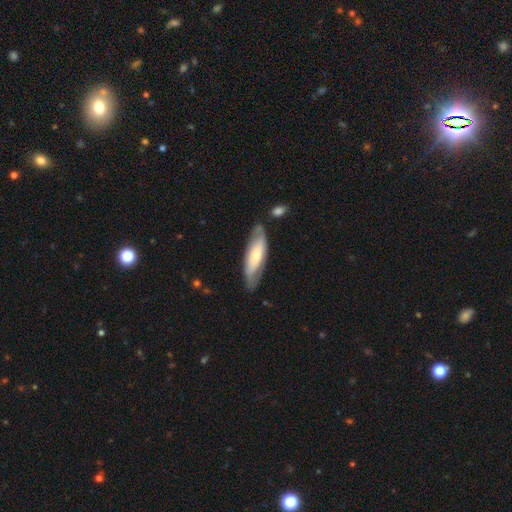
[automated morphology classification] smooth-or-featured: smooth: 50% | featured or disk: 45% | star or artifact: 5%
  merging: none: 69% | minor disturbance: 21% | major disturbance: 6% | merger: 4%